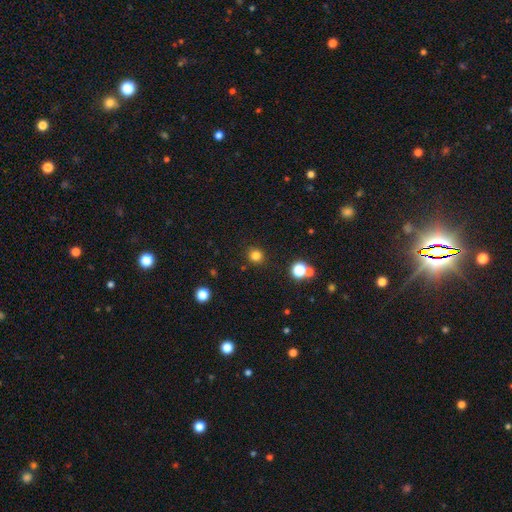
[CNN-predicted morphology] This appears to be a smooth galaxy with no disk features (80%) that is round (90%). Merging: none (88%).